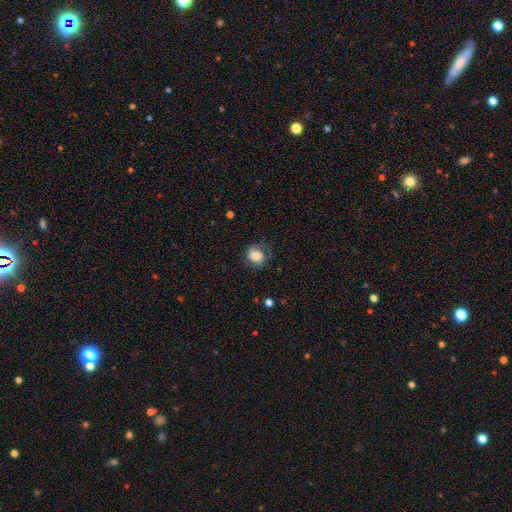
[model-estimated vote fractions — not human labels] Morphology: type=smooth (65%); roundness=round (73%); merging=none (57%).